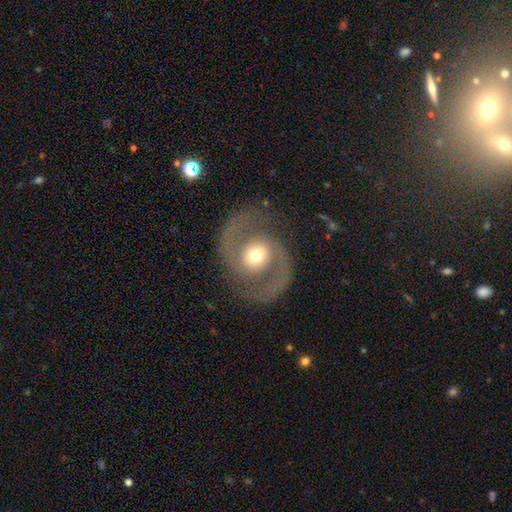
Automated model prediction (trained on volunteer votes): This appears to be a featured or disk galaxy (82%) with no bar (61%), 2 (92%) medium (54%) spiral arms (87%) and a moderate central bulge (66%). Merging: none (83%).